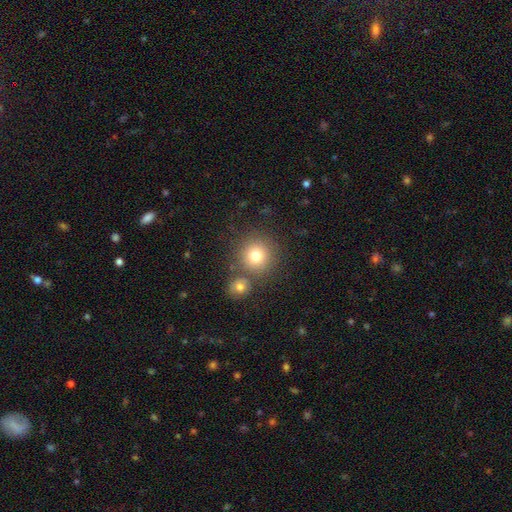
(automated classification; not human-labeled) This appears to be a smooth galaxy with no disk features (78%) that is round (93%). Merging: none (75%).